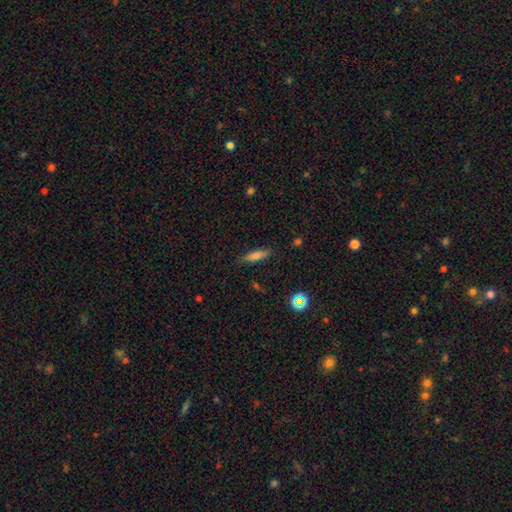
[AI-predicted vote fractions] Overall: smooth (64%; featured or disk 26%). How rounded: cigar-shaped (72%). Merging: none (86%).